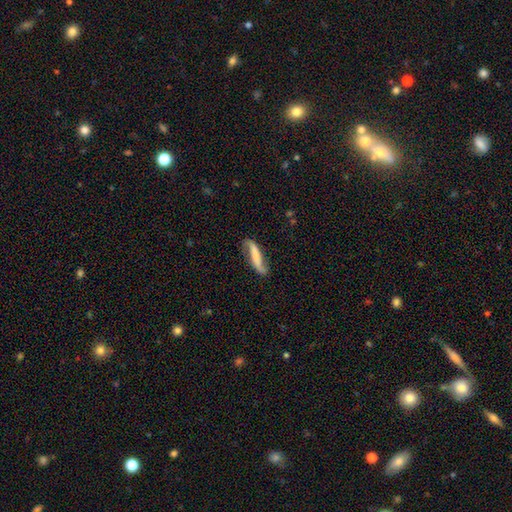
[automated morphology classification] Overall: featured or disk (59%; smooth 35%). Edge-on disk: no (73%). Merging: none (65%).